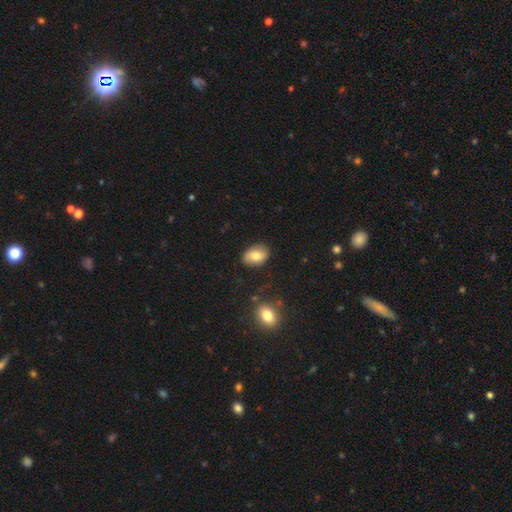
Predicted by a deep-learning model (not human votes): Smooth or featured?
  - smooth: 73% *
  - featured or disk: 19%
  - star or artifact: 8%
How rounded?
  - in between: 81% *
  - round: 18%
  - cigar-shaped: 1%
Merging?
  - none: 82% *
  - minor disturbance: 13%
  - major disturbance: 3%
  - merger: 2%